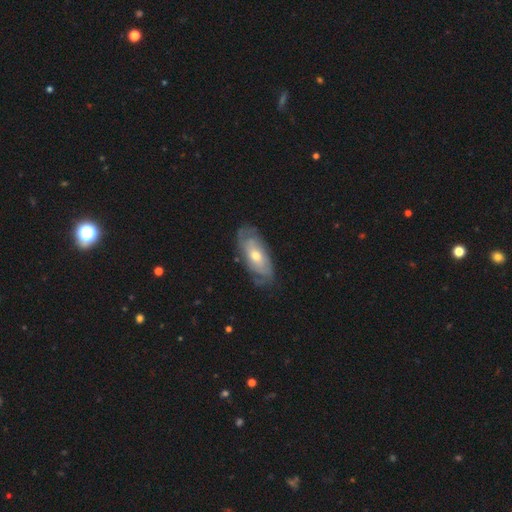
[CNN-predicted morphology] This appears to be a featured or disk galaxy (68%) with no bar (72%), spiral arms (79%) and a moderate central bulge (62%). Merging: none (73%).